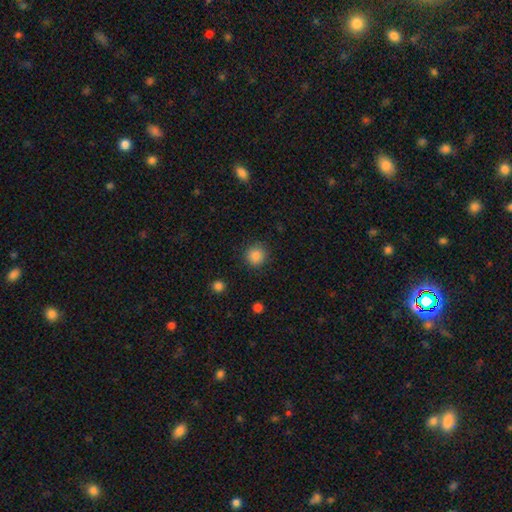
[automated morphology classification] Smooth or featured: smooth — 86% (star or artifact — 10%)
How rounded: round — 92% (in between — 7%)
Merging: none — 90% (minor disturbance — 7%)